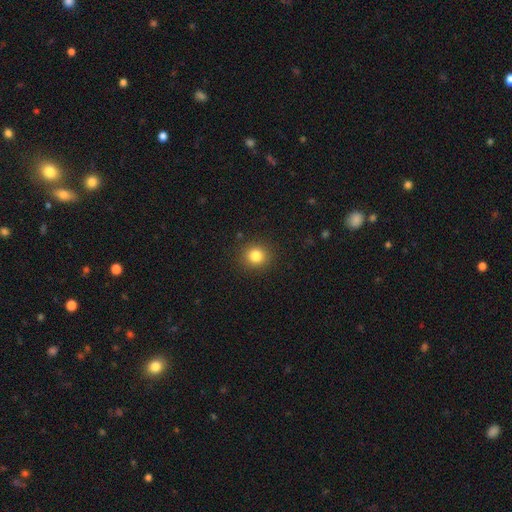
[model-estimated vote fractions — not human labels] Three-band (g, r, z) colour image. It shows a smooth galaxy with no disk features (82%) that is round (89%). Merging: none (90%).